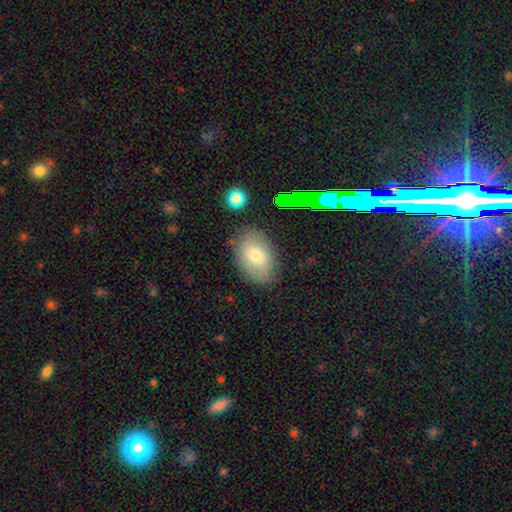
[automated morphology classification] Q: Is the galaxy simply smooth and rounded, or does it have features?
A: smooth — 74%.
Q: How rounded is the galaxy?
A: in between — 89%.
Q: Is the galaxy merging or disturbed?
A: none — 79%.